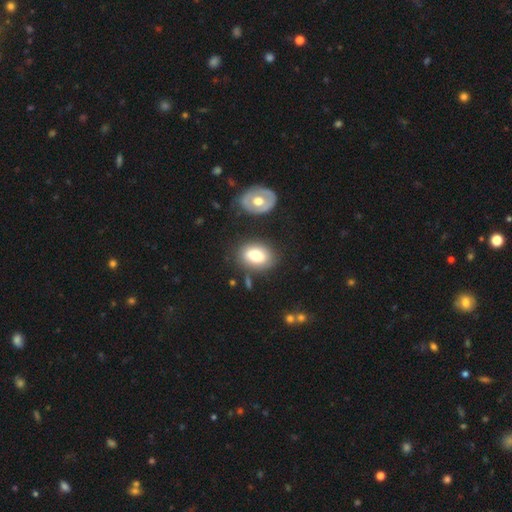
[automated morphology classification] smooth-or-featured: smooth: 75% | featured or disk: 17% | star or artifact: 7%
  how-rounded: in between: 78% | round: 20% | cigar-shaped: 1%
  merging: none: 73% | minor disturbance: 15% | merger: 8% | major disturbance: 4%